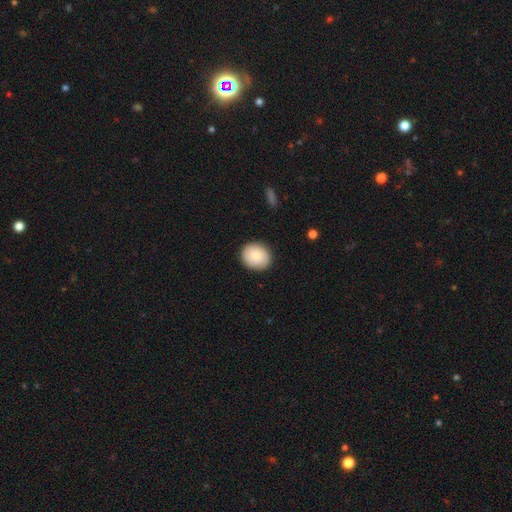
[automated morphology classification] The model was most divided on "how rounded": round: 69%, in between: 30%, cigar-shaped: 1%. More confident: merging — none (89%); smooth or featured — smooth (85%).